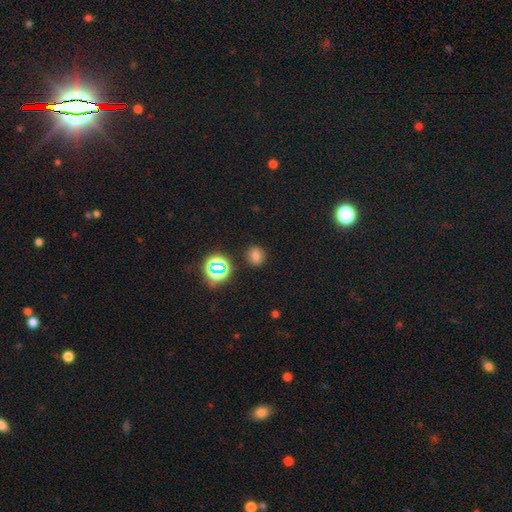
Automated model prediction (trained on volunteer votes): The model was most divided on "smooth or featured": smooth: 69%, star or artifact: 22%, featured or disk: 8%. More confident: merging — none (86%); how rounded — round (76%).